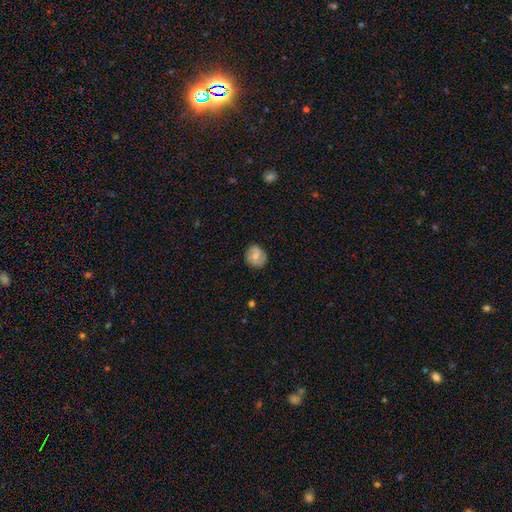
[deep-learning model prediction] smooth 49%, featured or disk 44%, star or artifact 8%. Down the decision tree: merging — none (80%).